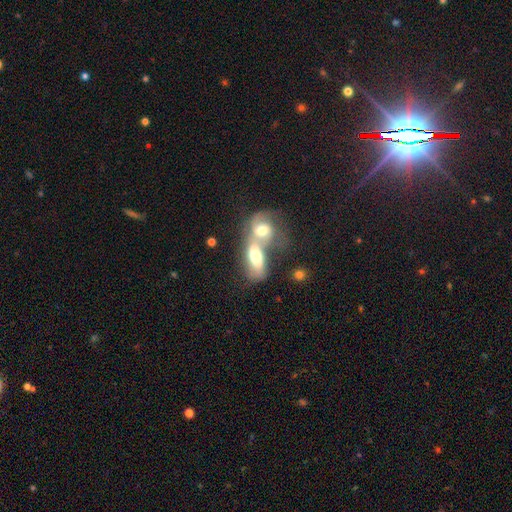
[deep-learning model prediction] Q: Smooth or featured?
A: smooth (56%); runner-up: featured or disk (37%)
Q: How rounded?
A: in between (80%); runner-up: round (10%)
Q: Merging?
A: merger (78%); runner-up: none (11%)